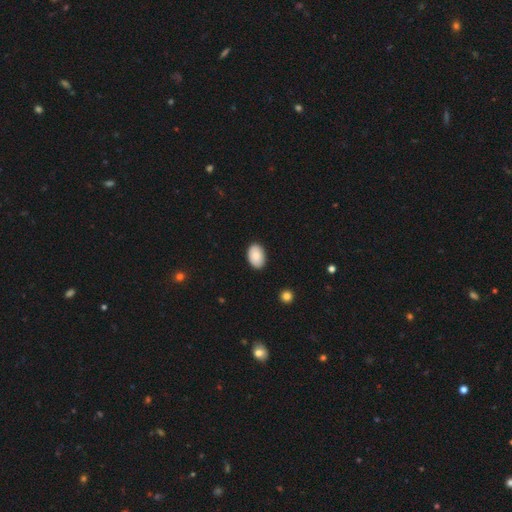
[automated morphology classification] Smooth or featured? smooth (86%)
How rounded? in between (90%)
Merging? none (88%)